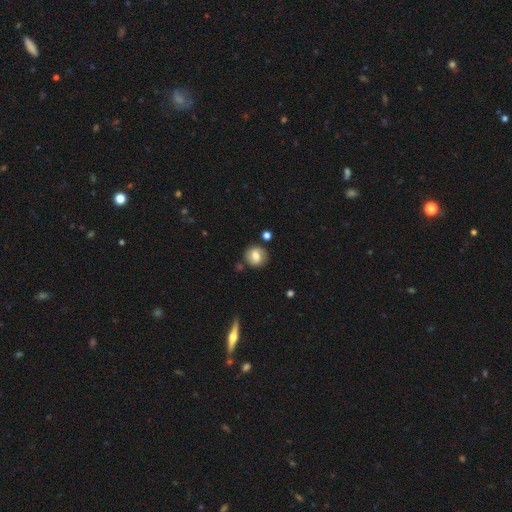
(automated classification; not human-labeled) smooth-or-featured: smooth: 62% | featured or disk: 29% | star or artifact: 9%
  how-rounded: round: 82% | in between: 17% | cigar-shaped: 1%
  merging: none: 81% | minor disturbance: 11% | merger: 4% | major disturbance: 3%